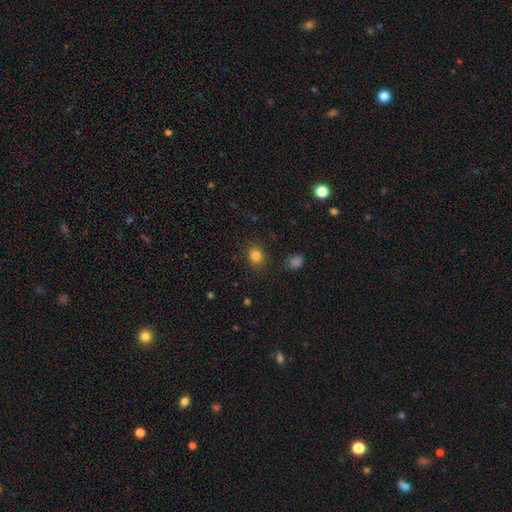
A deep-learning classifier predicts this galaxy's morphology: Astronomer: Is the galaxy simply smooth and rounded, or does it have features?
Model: smooth — 82%.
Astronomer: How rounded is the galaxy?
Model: round — 66%.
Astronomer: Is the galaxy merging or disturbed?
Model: none — 86%.